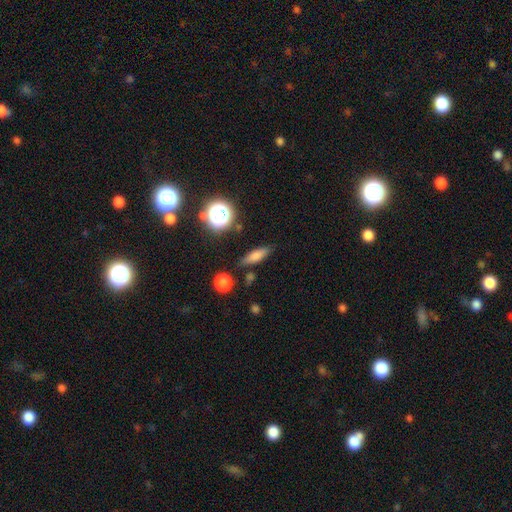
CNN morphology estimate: smooth-or-featured: smooth: 71% | featured or disk: 17% | star or artifact: 12%
  how-rounded: cigar-shaped: 50% | in between: 42% | round: 8%
  merging: none: 81% | minor disturbance: 12% | major disturbance: 3% | merger: 3%